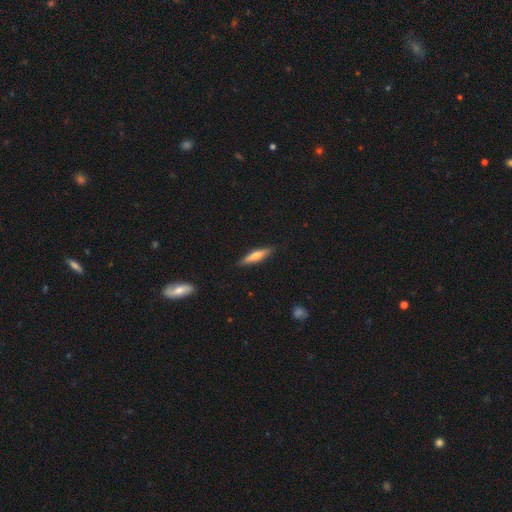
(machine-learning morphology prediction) This is possibly a smooth galaxy (58%). How rounded: clearly cigar-shaped (83%). Merging: clearly none (88%).